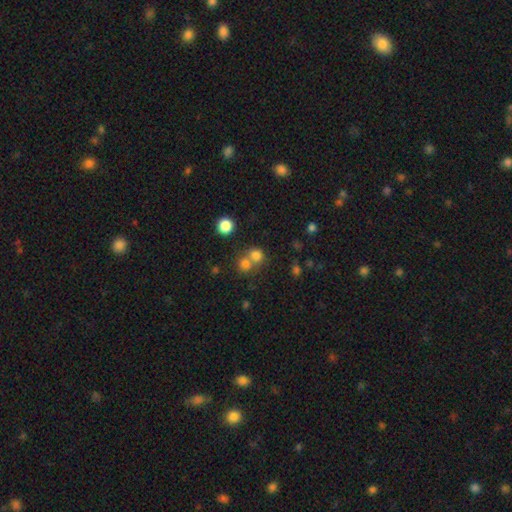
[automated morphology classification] The model was most divided on "merging": merger: 47%, none: 44%, minor disturbance: 6%, major disturbance: 3%. More confident: how rounded — round (84%); smooth or featured — smooth (74%).